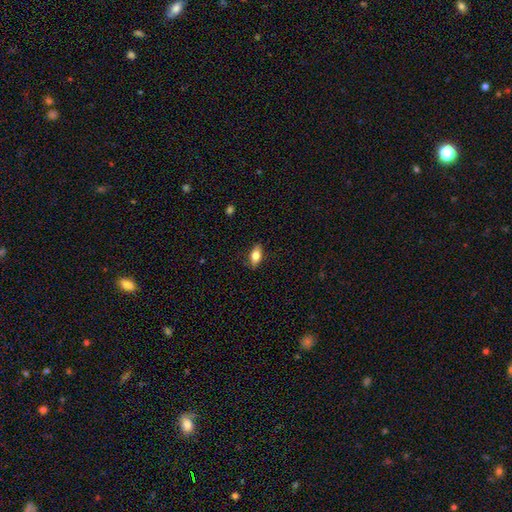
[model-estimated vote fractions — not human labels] A smooth galaxy with no disk features (77%) that is in between round and cigar-shaped (86%).

Vote fractions:
- Smooth or featured? smooth: 77% / featured or disk: 16% / star or artifact: 7%
- How rounded? in between: 86% / cigar-shaped: 9% / round: 5%
- Merging? none: 85% / minor disturbance: 12% / major disturbance: 2% / merger: 1%